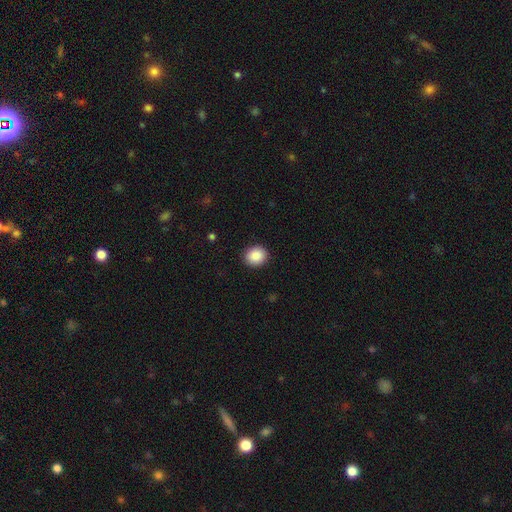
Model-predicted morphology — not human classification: smooth-or-featured: smooth: 89% | star or artifact: 8% | featured or disk: 4%
  how-rounded: round: 69% | in between: 30% | cigar-shaped: 1%
  merging: none: 90% | minor disturbance: 7% | major disturbance: 2% | merger: 1%